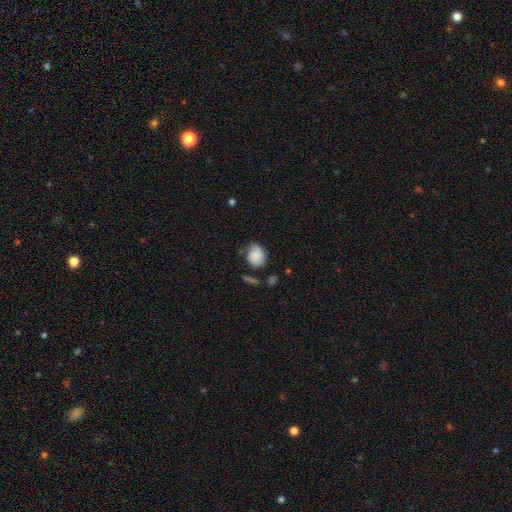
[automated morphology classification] Smooth or featured? Predicted: smooth (p=0.70). How rounded? Predicted: round (p=0.54). Merging? Predicted: none (p=0.50).